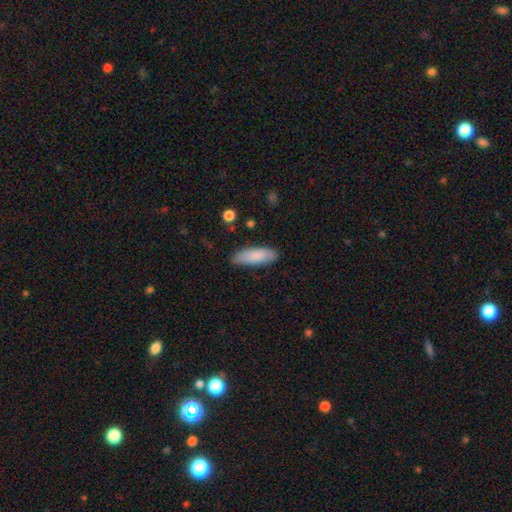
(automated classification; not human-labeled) A smooth galaxy with no disk features (85%) that is in between round and cigar-shaped (63%).

Vote fractions:
- Smooth or featured? smooth: 85% / featured or disk: 10% / star or artifact: 6%
- How rounded? in between: 63% / cigar-shaped: 36% / round: 2%
- Merging? none: 81% / minor disturbance: 15% / major disturbance: 3% / merger: 1%